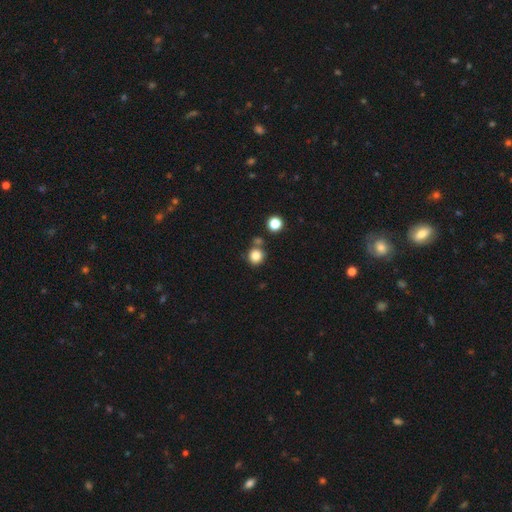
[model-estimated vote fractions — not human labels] Smooth or featured: smooth — 83% (star or artifact — 12%)
How rounded: round — 90% (in between — 9%)
Merging: none — 71% (merger — 17%)